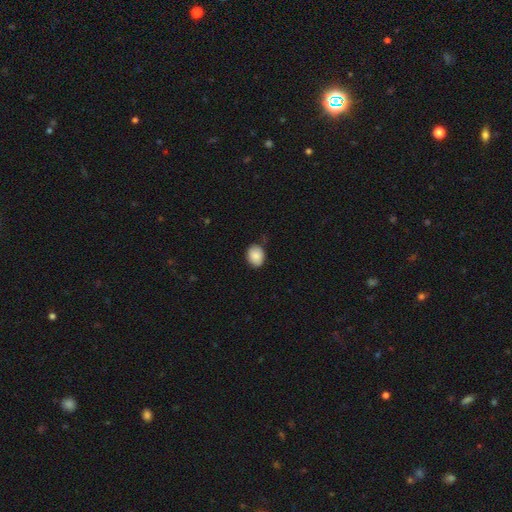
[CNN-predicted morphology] Overall: smooth (87%). How rounded: in between (55%; round 44%). Merging: none (76%).